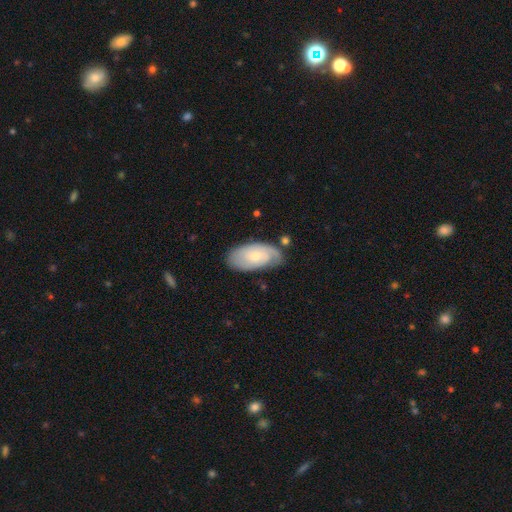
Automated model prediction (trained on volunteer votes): Overall: featured or disk (55%; smooth 39%). Edge-on disk: no (93%). Bar: no (77%). Spiral arms: yes (80%). Bulge size: small (59%; moderate 36%). Merging: none (66%).